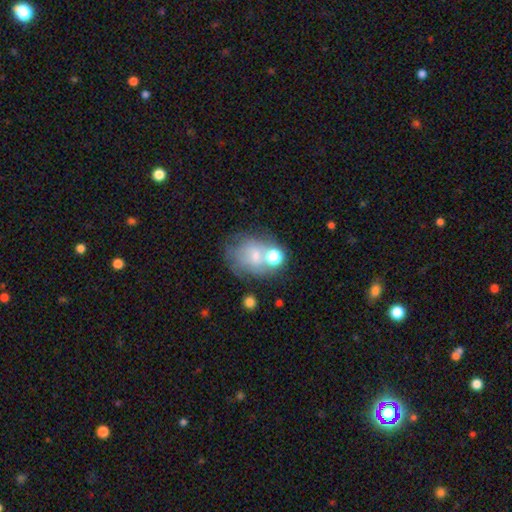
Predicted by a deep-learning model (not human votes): Smooth or featured?
  - smooth: 53% *
  - featured or disk: 33%
  - star or artifact: 14%
How rounded?
  - round: 53% *
  - in between: 46%
  - cigar-shaped: 1%
Merging?
  - none: 39% *
  - merger: 23%
  - minor disturbance: 20%
  - major disturbance: 18%